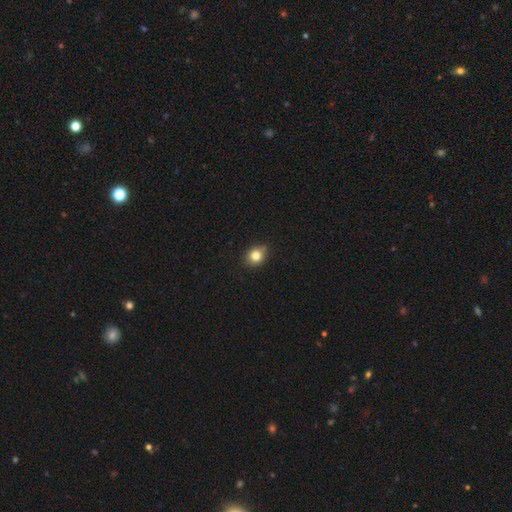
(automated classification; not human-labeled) smooth_or_featured: smooth (p=0.81) [alt: star or artifact p=0.11]
how_rounded: round (p=0.63) [alt: in between p=0.36]
merging: none (p=0.82) [alt: minor disturbance p=0.14]